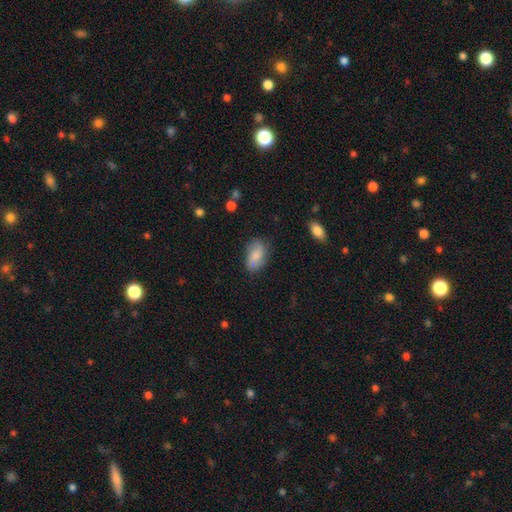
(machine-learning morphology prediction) Smooth or featured? smooth (66%)
How rounded? in between (91%)
Merging? none (72%)